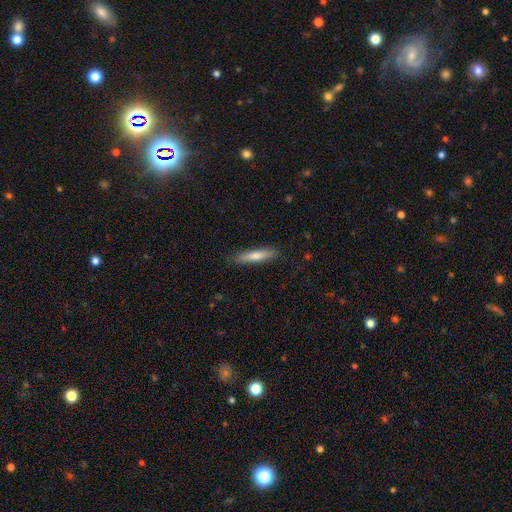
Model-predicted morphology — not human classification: Smooth or featured: smooth — 69% (featured or disk — 25%)
How rounded: cigar-shaped — 86% (in between — 12%)
Merging: none — 88% (minor disturbance — 9%)